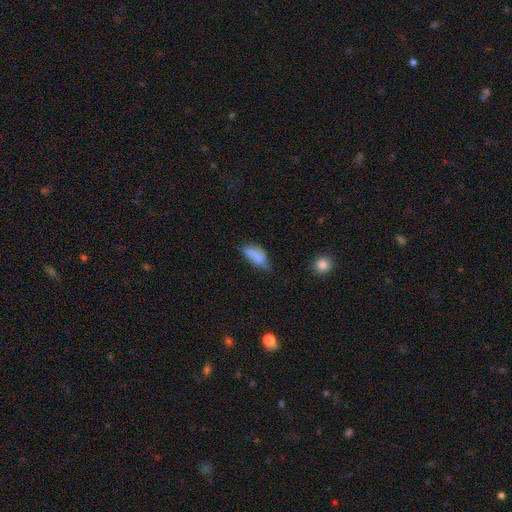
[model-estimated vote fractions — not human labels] This is likely a smooth galaxy (73%). How rounded: clearly in between (83%). Merging: marginally minor disturbance (43%).